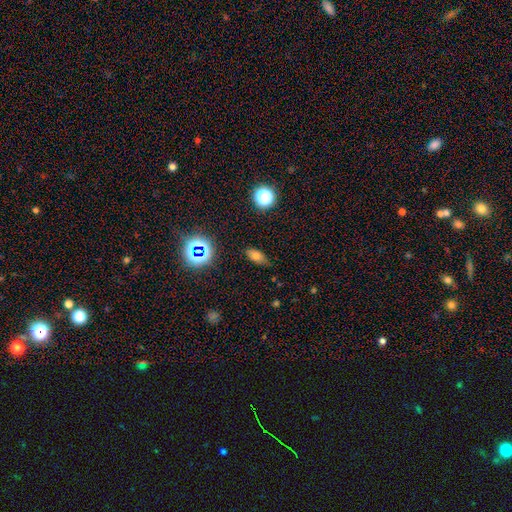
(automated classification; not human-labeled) This is likely a smooth galaxy (68%). How rounded: clearly in between (82%). Merging: likely none (77%).